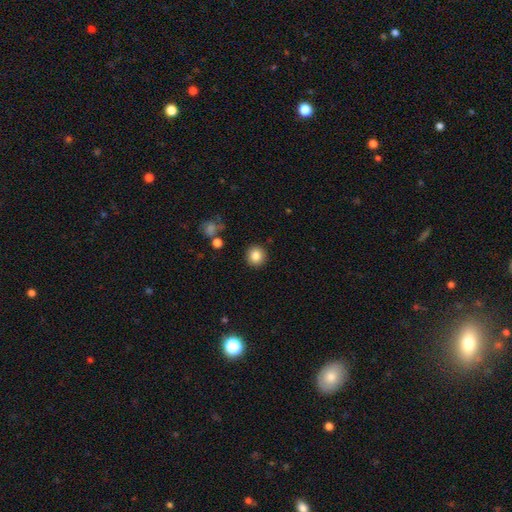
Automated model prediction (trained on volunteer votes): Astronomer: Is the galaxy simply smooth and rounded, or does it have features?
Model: smooth — 85%.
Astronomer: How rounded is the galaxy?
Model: round — 93%.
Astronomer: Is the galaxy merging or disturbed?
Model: none — 90%.